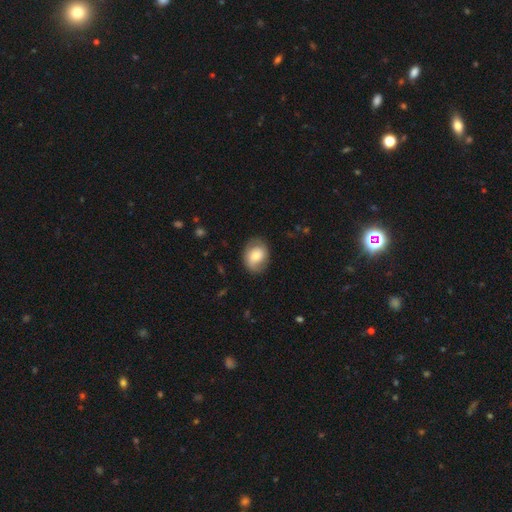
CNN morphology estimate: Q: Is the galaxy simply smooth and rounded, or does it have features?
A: smooth — 65%.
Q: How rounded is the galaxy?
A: in between — 55%.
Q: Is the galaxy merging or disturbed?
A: none — 78%.